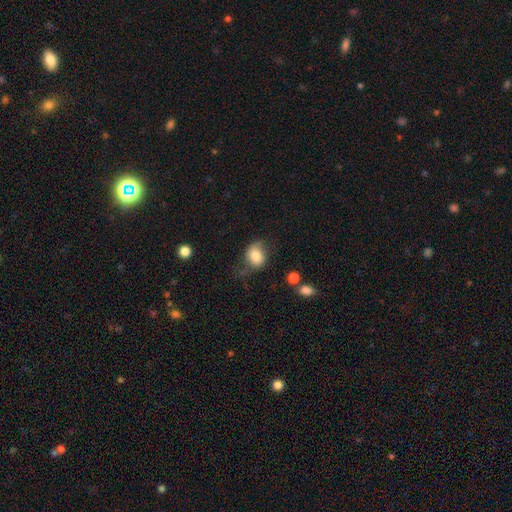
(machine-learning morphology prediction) This is likely a smooth galaxy (74%). How rounded: possibly round (54%). Merging: possibly none (52%).